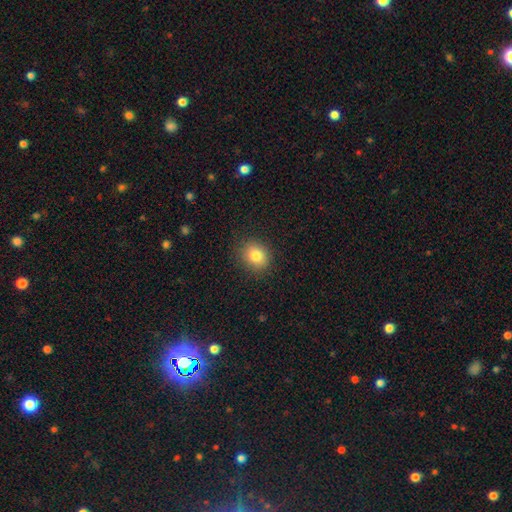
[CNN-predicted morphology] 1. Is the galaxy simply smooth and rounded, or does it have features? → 82% smooth, 10% star or artifact, 8% featured or disk.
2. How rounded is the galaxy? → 62% round, 37% in between, 1% cigar-shaped.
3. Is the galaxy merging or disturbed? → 88% none, 9% minor disturbance, 3% major disturbance, 1% merger.